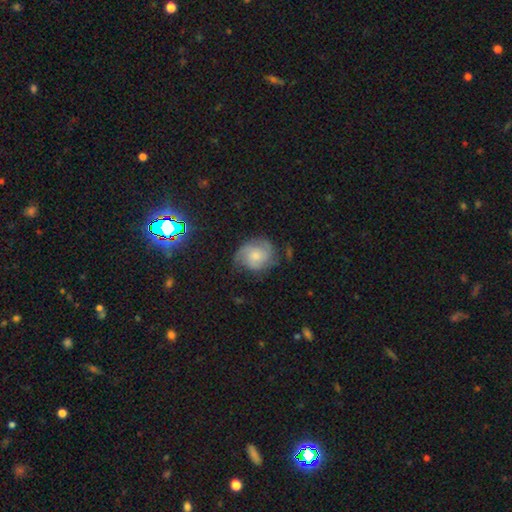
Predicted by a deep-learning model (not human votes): This appears to be a featured or disk galaxy (62%) with no bar (74%), 2 (34%) medium (44%) spiral arms (91%) and a moderate central bulge (44%). Merging: none (62%).